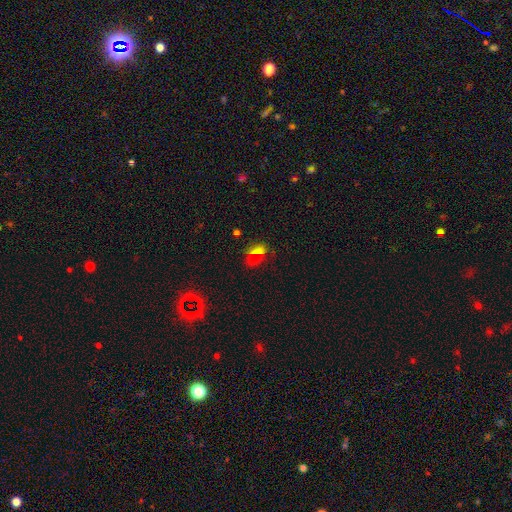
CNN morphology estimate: smooth-or-featured: smooth: 54% | star or artifact: 32% | featured or disk: 13%
  how-rounded: in between: 63% | round: 20% | cigar-shaped: 17%
  merging: none: 70% | minor disturbance: 15% | merger: 8% | major disturbance: 7%